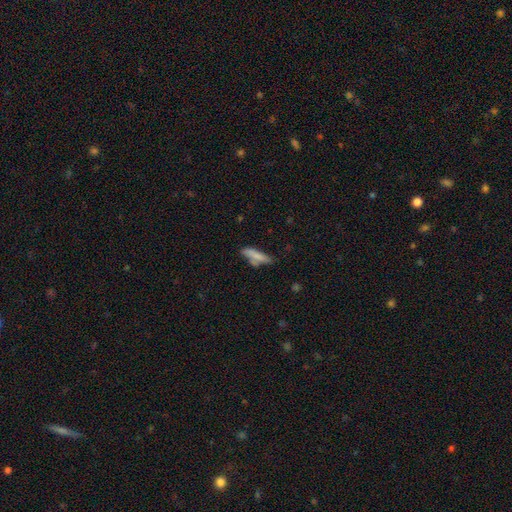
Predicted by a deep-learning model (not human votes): This appears to be a smooth galaxy with no disk features (73%) that is cigar-shaped (63%). Merging: none (50%).